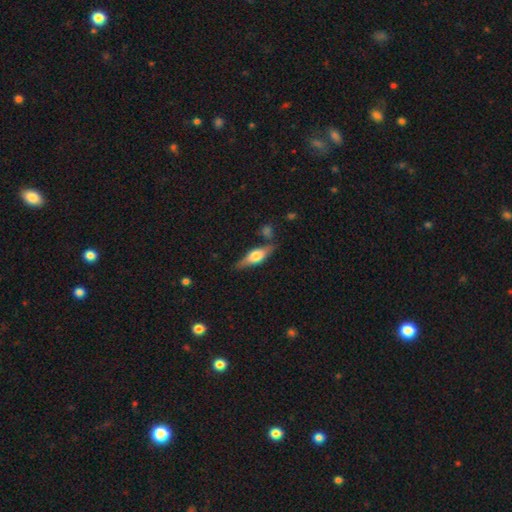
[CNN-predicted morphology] Smooth or featured: featured or disk — 49% (smooth — 44%)
Merging: none — 75% (minor disturbance — 15%)